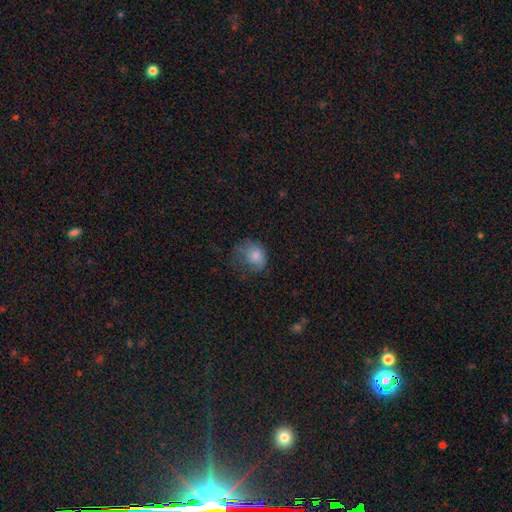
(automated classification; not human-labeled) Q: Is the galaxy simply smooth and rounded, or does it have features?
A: smooth — 74%.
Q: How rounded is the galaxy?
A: round — 50%.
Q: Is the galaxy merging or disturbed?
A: none — 37%.